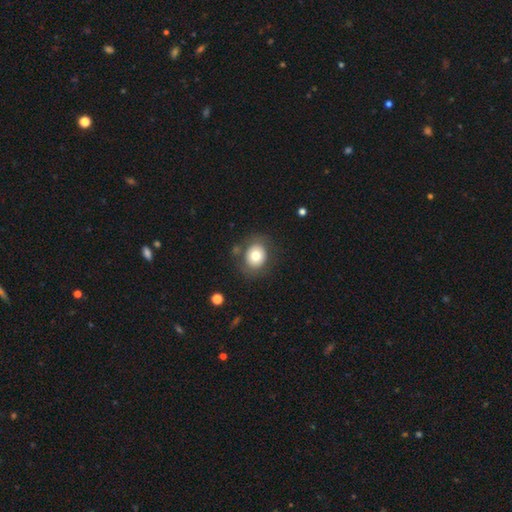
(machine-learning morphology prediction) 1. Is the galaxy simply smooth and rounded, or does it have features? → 73% smooth, 17% featured or disk, 10% star or artifact.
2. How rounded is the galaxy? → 69% round, 30% in between, 1% cigar-shaped.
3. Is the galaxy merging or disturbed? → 79% none, 12% minor disturbance, 6% major disturbance, 3% merger.